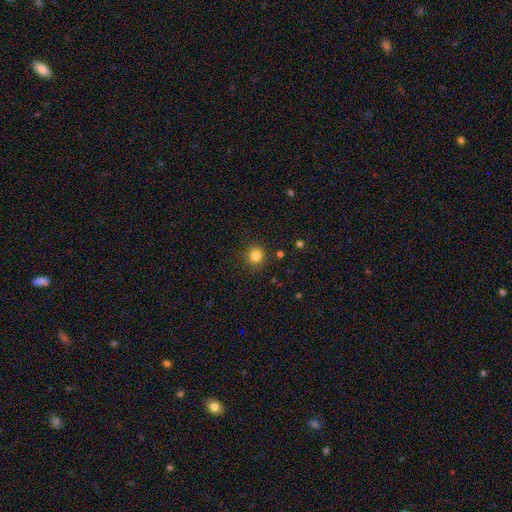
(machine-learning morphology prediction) The model was most divided on "smooth or featured": smooth: 82%, star or artifact: 12%, featured or disk: 5%. More confident: how rounded — round (94%); merging — none (90%).